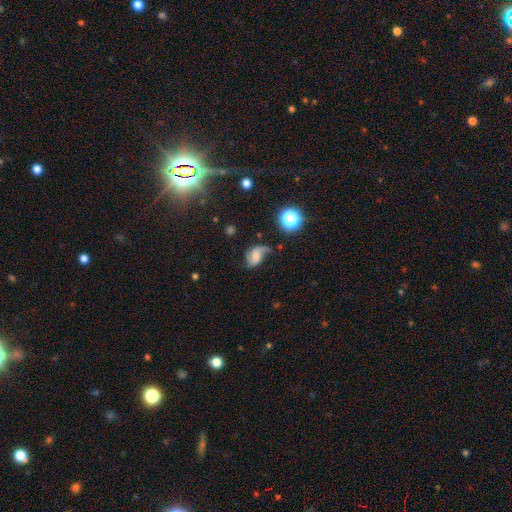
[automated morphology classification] smooth-or-featured: featured or disk: 58% | smooth: 30% | star or artifact: 12%
  disk-edge-on: no: 97% | yes: 3%
    bar: no: 54% | weak: 37% | strong: 10%
    has-spiral-arms: yes: 89% | no: 11%
    bulge-size: moderate: 32% | small: 30% | none: 24% | large: 10% | dominant: 3%
  merging: none: 41% | minor disturbance: 28% | major disturbance: 25% | merger: 5%